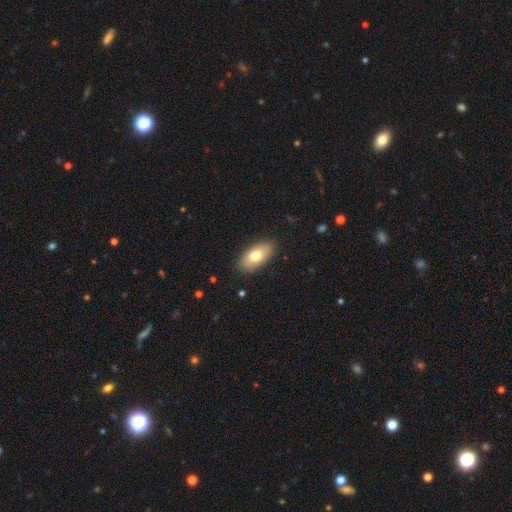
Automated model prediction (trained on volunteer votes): Smooth or featured? smooth (74%)
How rounded? in between (91%)
Merging? none (86%)